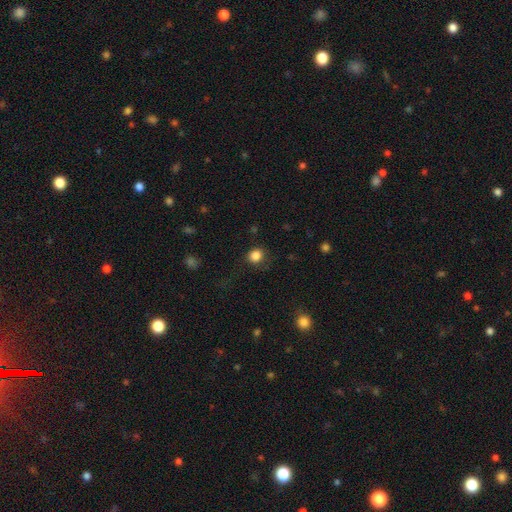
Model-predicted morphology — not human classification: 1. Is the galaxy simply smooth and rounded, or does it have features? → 85% smooth, 11% star or artifact, 4% featured or disk.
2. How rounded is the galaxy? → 79% round, 21% in between, 1% cigar-shaped.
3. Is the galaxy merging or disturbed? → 80% none, 13% minor disturbance, 6% major disturbance, 1% merger.